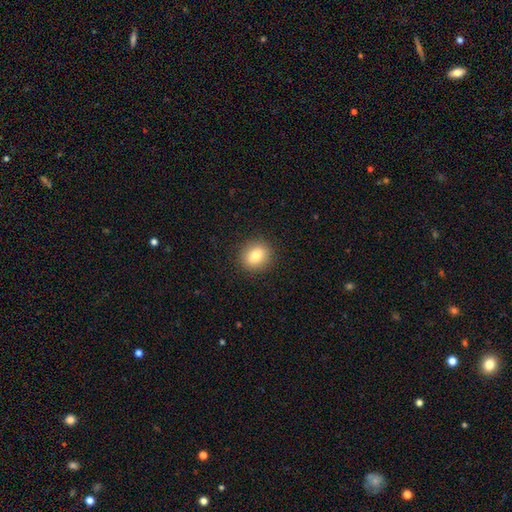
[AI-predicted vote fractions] Morphology: type=smooth (79%); roundness=round (78%); merging=none (90%).